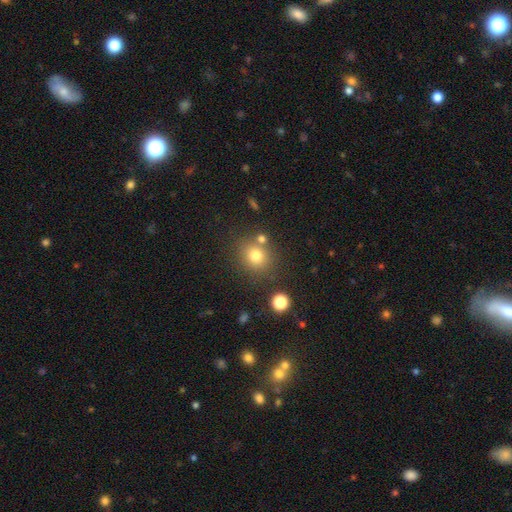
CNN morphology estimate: This is likely a smooth galaxy (77%). How rounded: clearly round (82%). Merging: likely none (74%).